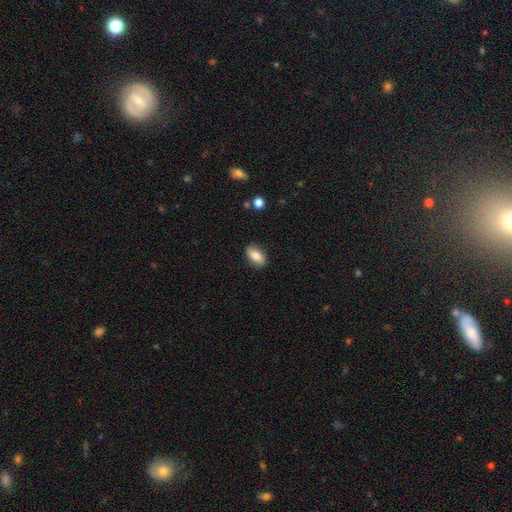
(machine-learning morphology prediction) Q: Smooth or featured?
A: smooth (82%); runner-up: featured or disk (10%)
Q: How rounded?
A: in between (90%); runner-up: round (6%)
Q: Merging?
A: none (87%); runner-up: minor disturbance (10%)